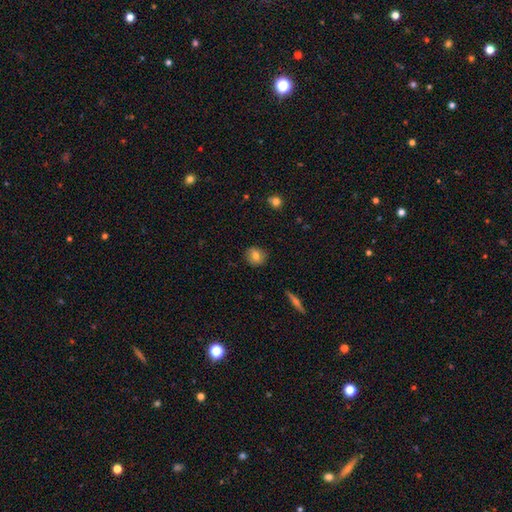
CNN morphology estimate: Smooth or featured?
  - smooth: 76% *
  - featured or disk: 15%
  - star or artifact: 9%
How rounded?
  - round: 82% *
  - in between: 17%
  - cigar-shaped: 1%
Merging?
  - none: 88% *
  - minor disturbance: 9%
  - major disturbance: 2%
  - merger: 1%